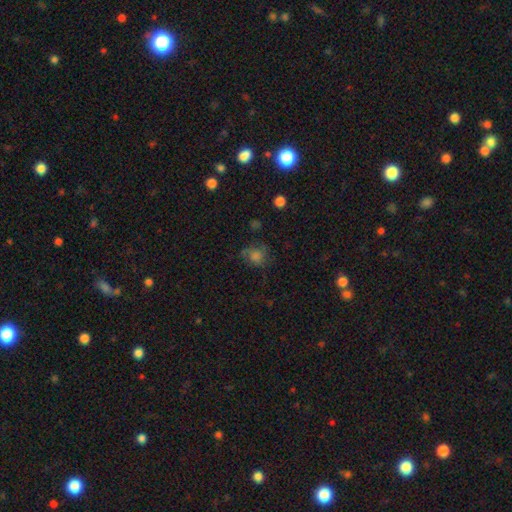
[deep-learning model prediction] smooth 54%, featured or disk 26%, star or artifact 20%. Down the decision tree: how rounded — round (71%); merging — none (61%).